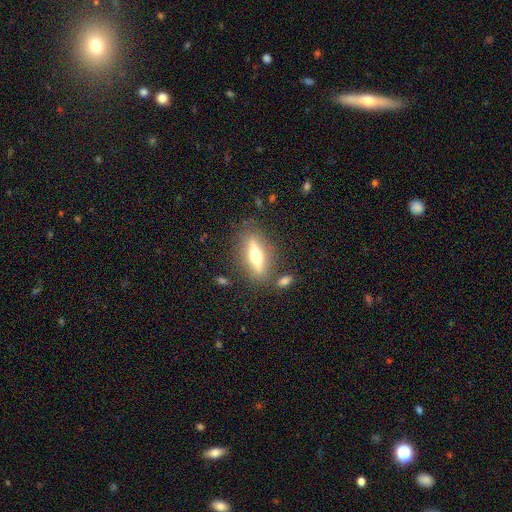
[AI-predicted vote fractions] Smooth or featured: featured or disk — 62% (smooth — 30%)
Edge-on disk: yes — 85% (no — 15%)
Edge-on bulge: rounded — 95% (boxy — 3%)
Merging: none — 81% (minor disturbance — 10%)